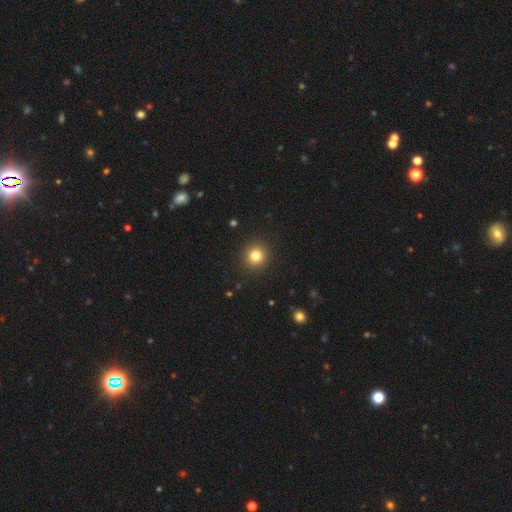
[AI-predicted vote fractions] Overall: smooth (81%). How rounded: round (94%). Merging: none (92%).